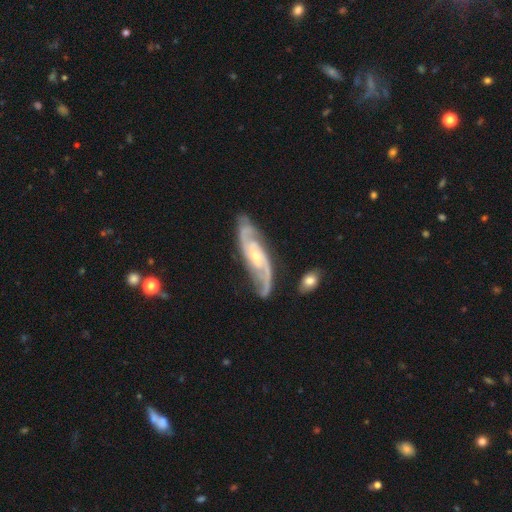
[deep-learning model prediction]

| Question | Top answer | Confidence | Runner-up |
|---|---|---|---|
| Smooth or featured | featured or disk | 90% | smooth (6%) |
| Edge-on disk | no | 90% | yes (10%) |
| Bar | no | 57% | weak (33%) |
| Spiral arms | yes | 98% | no (2%) |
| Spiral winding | medium | 50% | tight (33%) |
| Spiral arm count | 2 | 71% | 3 (12%) |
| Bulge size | small | 67% | moderate (28%) |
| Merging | none | 73% | minor disturbance (18%) |